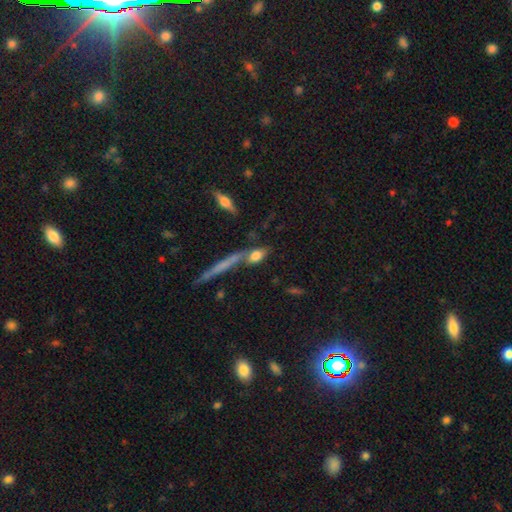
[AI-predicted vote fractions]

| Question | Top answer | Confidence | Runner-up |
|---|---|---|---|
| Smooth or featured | smooth | 69% | featured or disk (21%) |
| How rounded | in between | 65% | cigar-shaped (22%) |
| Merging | none | 46% | merger (28%) |